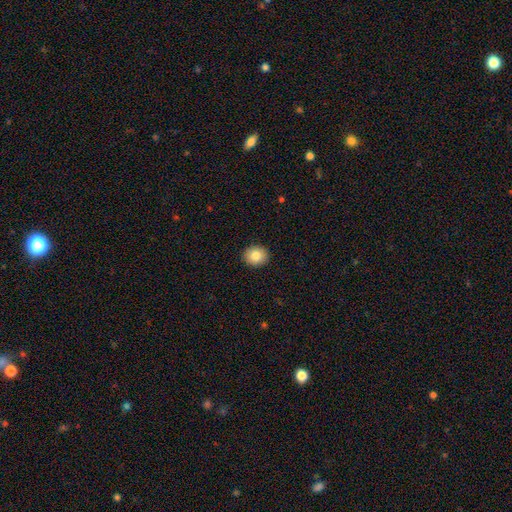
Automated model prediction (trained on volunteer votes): smooth_or_featured: smooth (p=0.84) [alt: star or artifact p=0.09]
how_rounded: round (p=0.78) [alt: in between p=0.21]
merging: none (p=0.92) [alt: minor disturbance p=0.05]